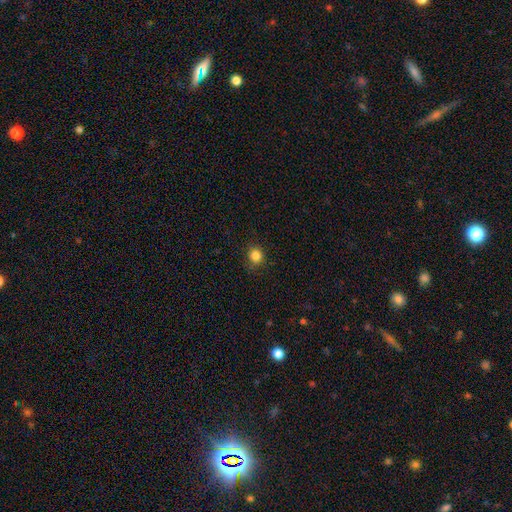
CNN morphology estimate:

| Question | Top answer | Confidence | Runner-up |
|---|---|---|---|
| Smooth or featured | smooth | 84% | star or artifact (12%) |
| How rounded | round | 82% | in between (18%) |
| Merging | none | 85% | minor disturbance (11%) |